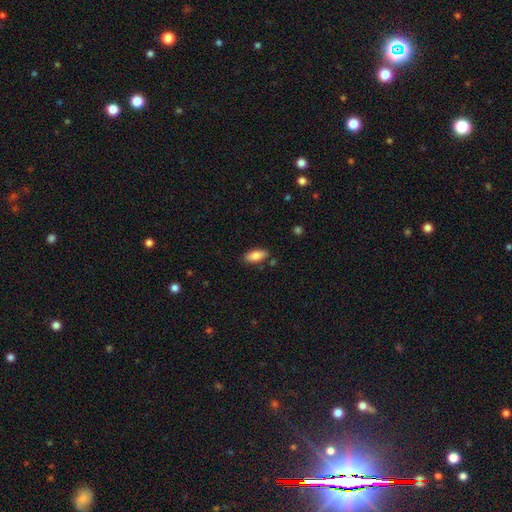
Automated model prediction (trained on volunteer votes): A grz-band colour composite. It shows a smooth galaxy with no disk features (85%) that is in between round and cigar-shaped (86%). Merging: none (82%).